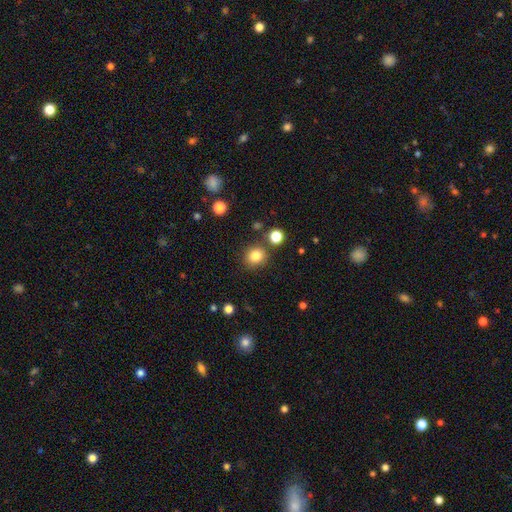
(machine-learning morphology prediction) A smooth galaxy with no disk features (83%) that is round (82%). Merging: none (84%).